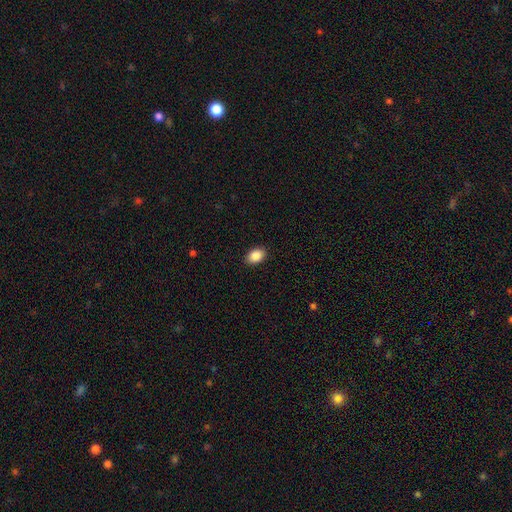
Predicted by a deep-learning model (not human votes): Overall: smooth (88%). How rounded: in between (81%). Merging: none (90%).